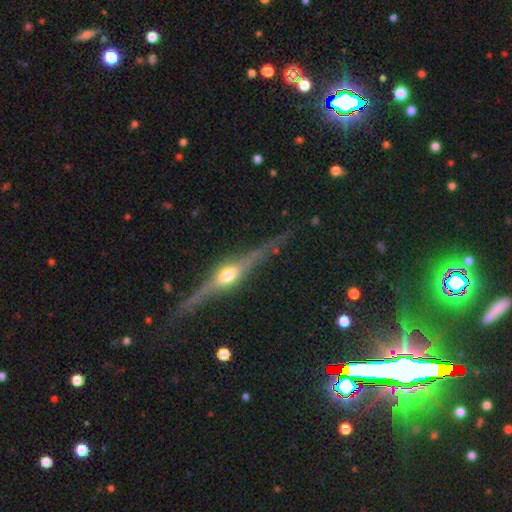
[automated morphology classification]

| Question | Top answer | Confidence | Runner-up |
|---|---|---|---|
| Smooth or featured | featured or disk | 85% | star or artifact (9%) |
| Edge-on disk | yes | 96% | no (4%) |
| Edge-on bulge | rounded | 93% | boxy (4%) |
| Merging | none | 85% | minor disturbance (10%) |